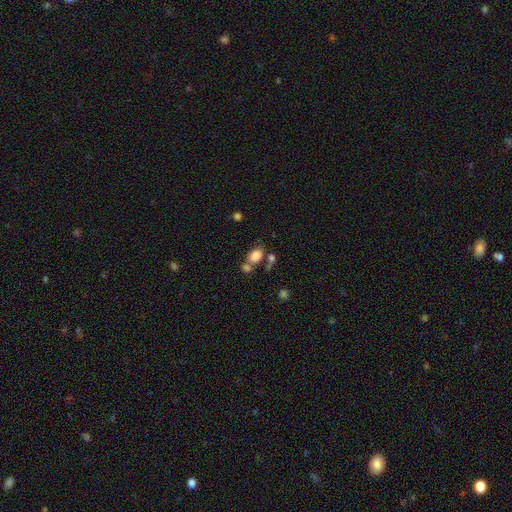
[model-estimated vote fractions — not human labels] Smooth or featured? smooth (80%)
How rounded? in between (78%)
Merging? none (51%)